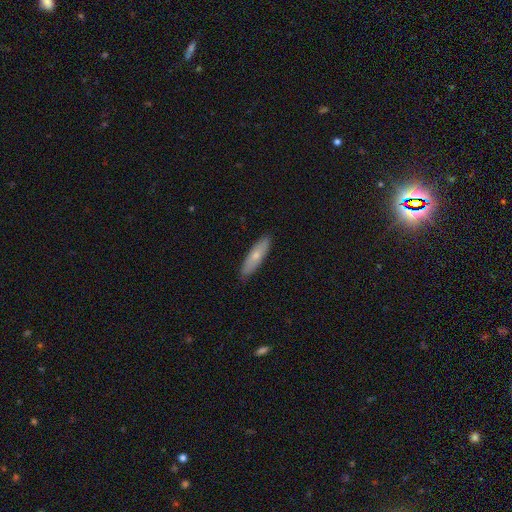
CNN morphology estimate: Smooth or featured?
  - smooth: 66% *
  - featured or disk: 28%
  - star or artifact: 6%
How rounded?
  - cigar-shaped: 65% *
  - in between: 33%
  - round: 2%
Merging?
  - none: 87% *
  - minor disturbance: 10%
  - major disturbance: 2%
  - merger: 1%